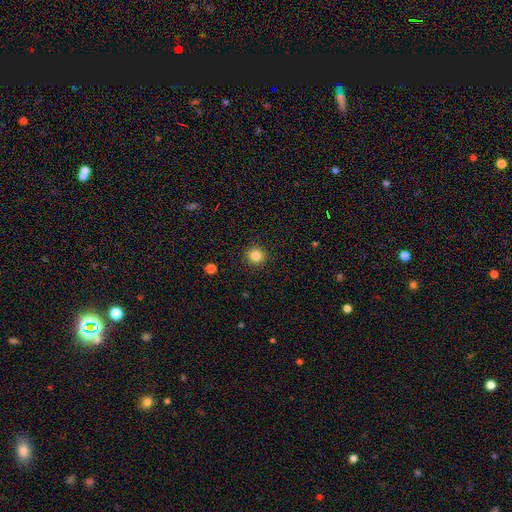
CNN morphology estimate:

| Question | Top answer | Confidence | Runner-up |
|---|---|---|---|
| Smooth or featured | smooth | 84% | star or artifact (11%) |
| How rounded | round | 94% | in between (5%) |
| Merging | none | 92% | minor disturbance (5%) |